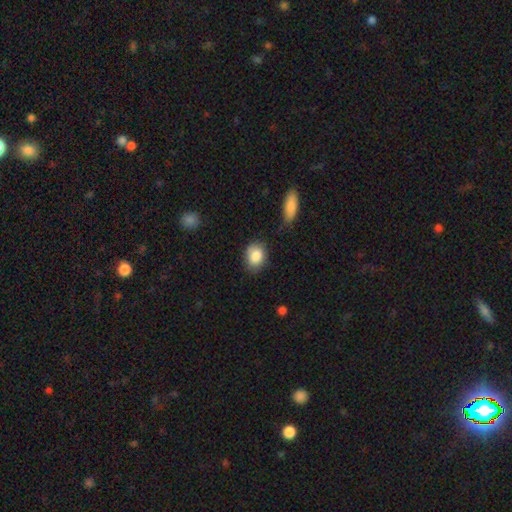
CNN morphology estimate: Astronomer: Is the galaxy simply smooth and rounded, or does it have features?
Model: smooth — 86%.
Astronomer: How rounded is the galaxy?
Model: in between — 60% (runner-up: round, 39%).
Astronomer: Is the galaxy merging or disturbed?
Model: none — 72%.